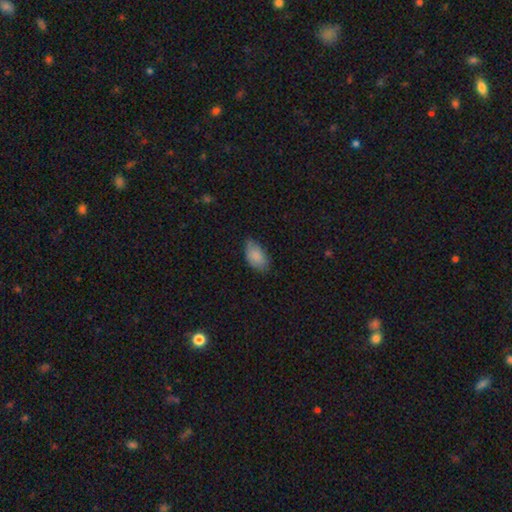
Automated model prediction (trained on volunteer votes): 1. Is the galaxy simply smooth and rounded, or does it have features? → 86% smooth, 8% featured or disk, 7% star or artifact.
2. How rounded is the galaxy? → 94% in between, 4% round, 2% cigar-shaped.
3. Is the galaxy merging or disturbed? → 66% none, 28% minor disturbance, 4% major disturbance, 1% merger.